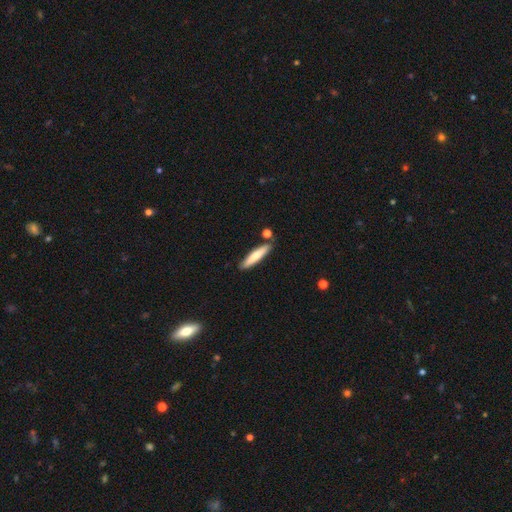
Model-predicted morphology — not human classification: type=smooth (72%); roundness=cigar-shaped (86%); merging=none (82%).